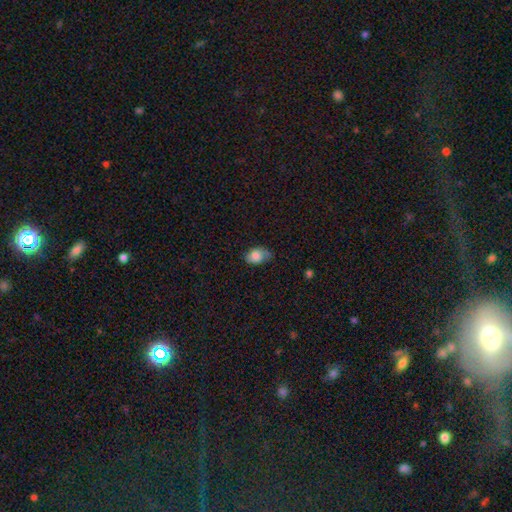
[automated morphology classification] smooth-or-featured: smooth: 76% | featured or disk: 15% | star or artifact: 9%
  how-rounded: in between: 80% | round: 18% | cigar-shaped: 1%
  merging: none: 57% | minor disturbance: 33% | major disturbance: 9% | merger: 2%